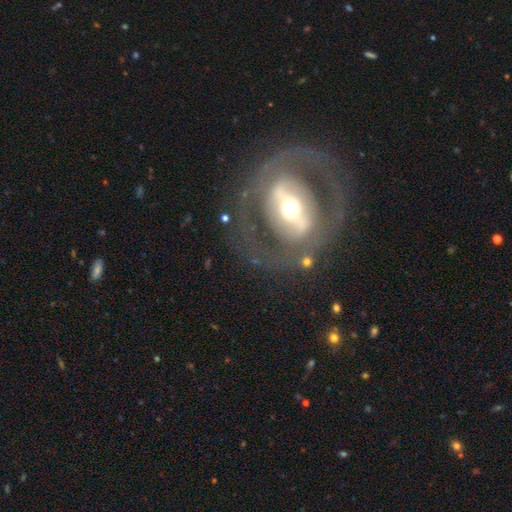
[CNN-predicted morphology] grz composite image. It shows a featured or disk galaxy (79%) with a strong bar (46%), spiral arms (52%) and a moderate central bulge (58%). Merging: none (74%).